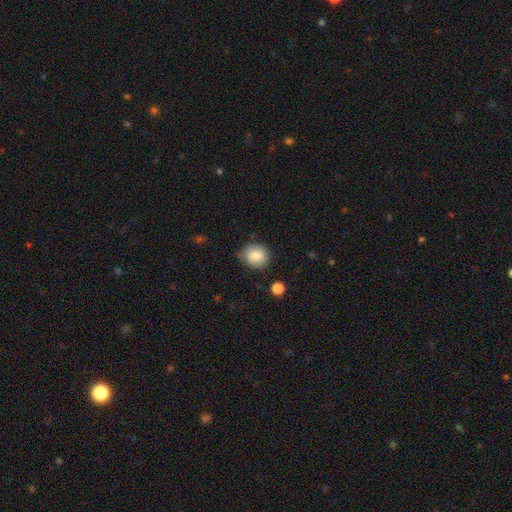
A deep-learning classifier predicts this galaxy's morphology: A smooth galaxy with no disk features (84%) that is round (80%).

Vote fractions:
- Smooth or featured? smooth: 84% / featured or disk: 8% / star or artifact: 8%
- How rounded? round: 80% / in between: 19% / cigar-shaped: 1%
- Merging? none: 74% / minor disturbance: 20% / major disturbance: 4% / merger: 2%